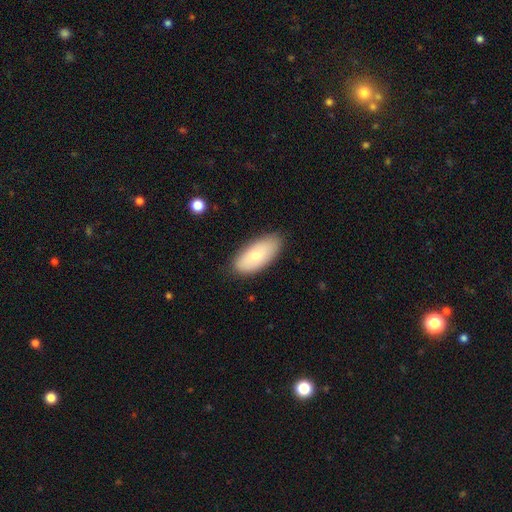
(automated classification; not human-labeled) A smooth galaxy with no disk features (76%) that is in between round and cigar-shaped (90%). Merging: none (83%).